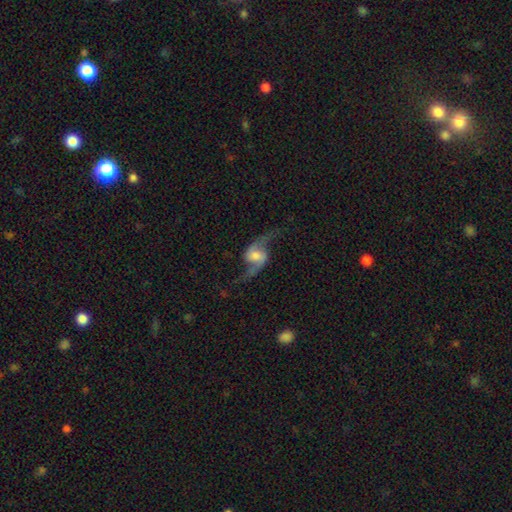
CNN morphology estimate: Smooth or featured? featured or disk (87%)
Edge-on disk? no (96%)
Bar? weak (42%, tied with no)
Spiral arms? yes (96%)
Spiral winding? loose (84%)
Spiral arm count? 2 (94%)
Bulge size? moderate (43%)
Merging? none (75%)